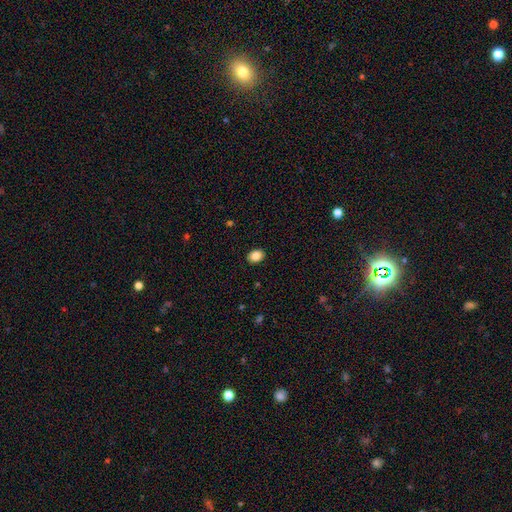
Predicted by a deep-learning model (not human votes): Smooth or featured: smooth — 86% (star or artifact — 9%)
How rounded: in between — 66% (round — 33%)
Merging: none — 90% (minor disturbance — 7%)